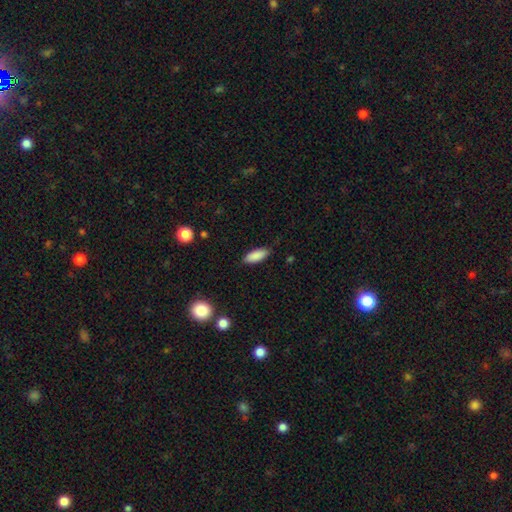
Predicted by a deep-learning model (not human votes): Smooth or featured? smooth (88%)
How rounded? in between (74%)
Merging? none (84%)